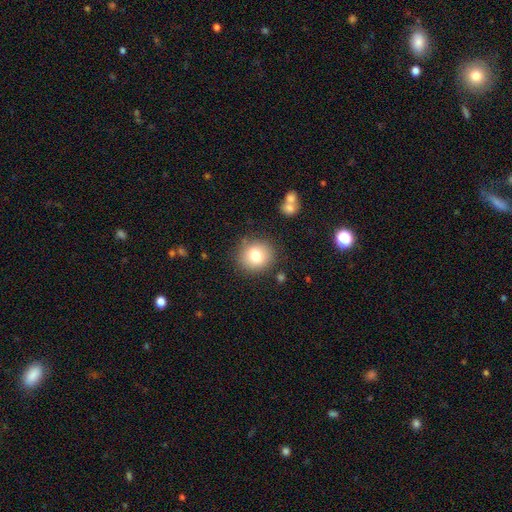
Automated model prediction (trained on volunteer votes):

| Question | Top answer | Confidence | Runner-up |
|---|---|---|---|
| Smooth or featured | smooth | 77% | featured or disk (12%) |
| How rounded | round | 87% | in between (12%) |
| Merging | none | 83% | minor disturbance (11%) |